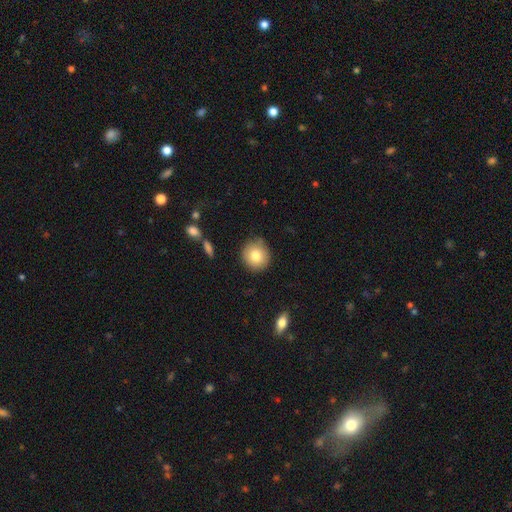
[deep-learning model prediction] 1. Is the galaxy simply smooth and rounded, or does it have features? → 80% smooth, 11% featured or disk, 9% star or artifact.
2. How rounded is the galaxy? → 91% round, 8% in between, 1% cigar-shaped.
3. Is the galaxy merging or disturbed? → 84% none, 11% minor disturbance, 3% major disturbance, 2% merger.